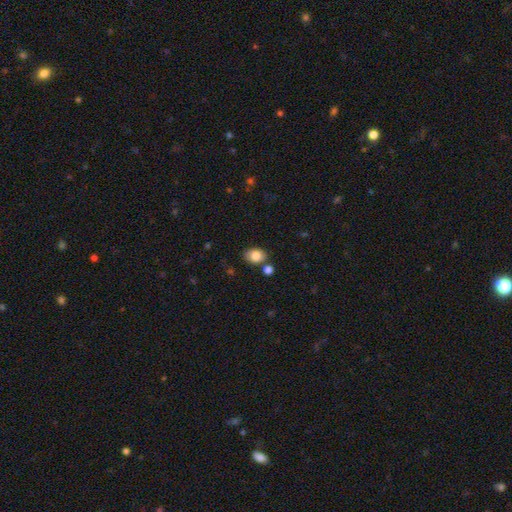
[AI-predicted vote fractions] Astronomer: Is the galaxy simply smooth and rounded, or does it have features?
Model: smooth — 84%.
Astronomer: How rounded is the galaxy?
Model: in between — 67%.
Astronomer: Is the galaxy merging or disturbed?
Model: none — 74%.